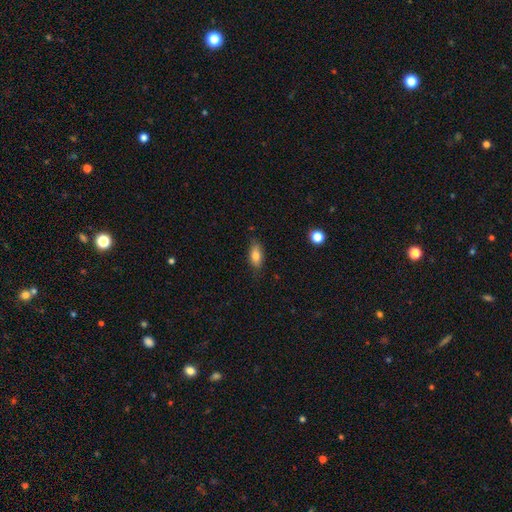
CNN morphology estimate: Smooth or featured?
  - smooth: 80% *
  - featured or disk: 12%
  - star or artifact: 8%
How rounded?
  - in between: 84% *
  - cigar-shaped: 12%
  - round: 4%
Merging?
  - none: 78% *
  - minor disturbance: 18%
  - major disturbance: 3%
  - merger: 1%